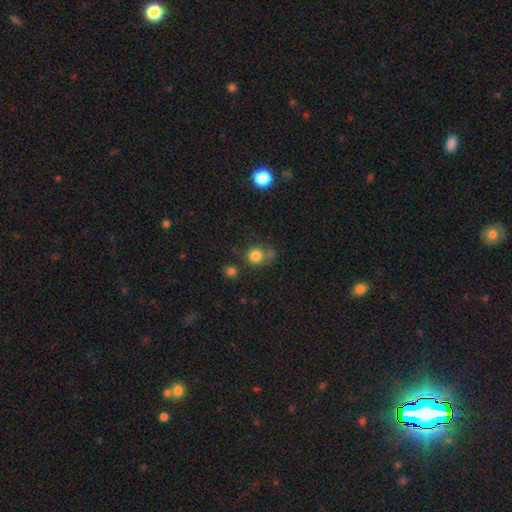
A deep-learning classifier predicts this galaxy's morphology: smooth_or_featured: smooth (p=0.80) [alt: star or artifact p=0.13]
how_rounded: round (p=0.85) [alt: in between p=0.14]
merging: none (p=0.58) [alt: minor disturbance p=0.18]